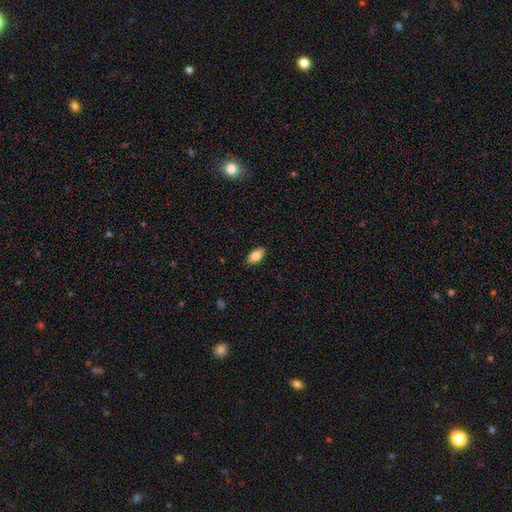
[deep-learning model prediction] Q: Smooth or featured?
A: smooth (79%); runner-up: featured or disk (14%)
Q: How rounded?
A: in between (90%); runner-up: cigar-shaped (6%)
Q: Merging?
A: none (88%); runner-up: minor disturbance (10%)